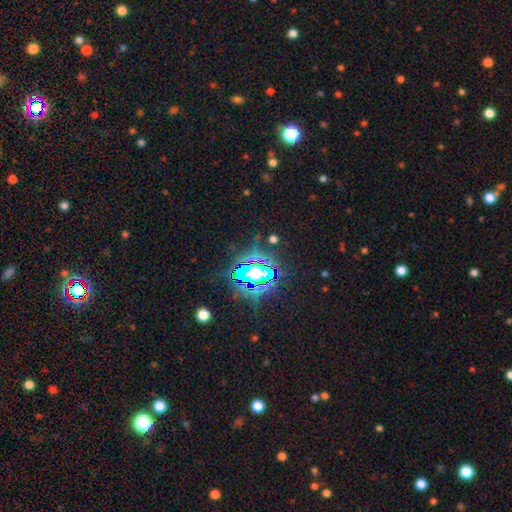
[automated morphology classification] Overall: star or artifact (69%).